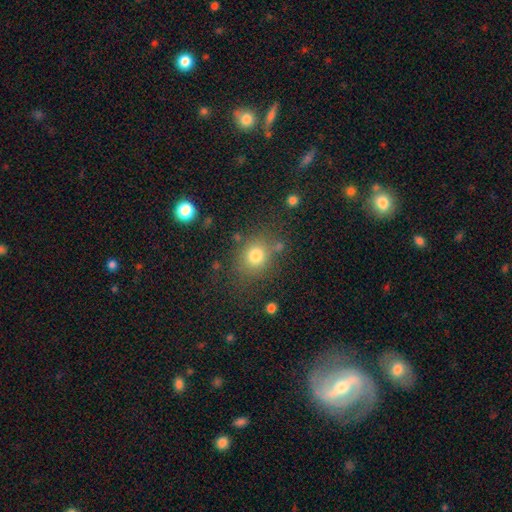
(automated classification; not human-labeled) This is likely a smooth galaxy (78%). How rounded: likely round (73%). Merging: likely none (74%).